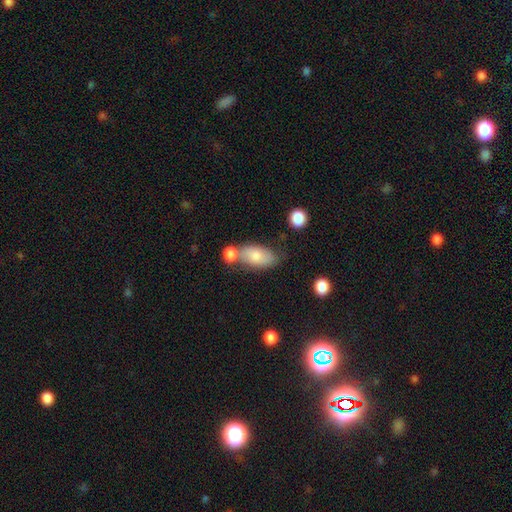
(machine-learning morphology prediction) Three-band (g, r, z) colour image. It shows a smooth galaxy with no disk features (77%) that is in between round and cigar-shaped (90%). Merging: none (43%).